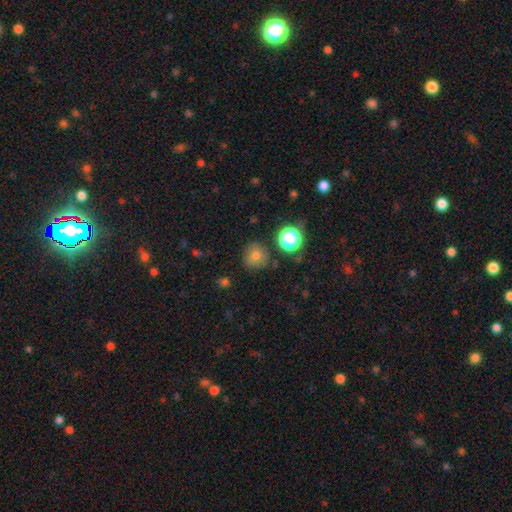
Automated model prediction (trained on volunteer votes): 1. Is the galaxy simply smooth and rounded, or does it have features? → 73% smooth, 17% star or artifact, 9% featured or disk.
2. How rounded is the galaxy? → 89% round, 10% in between, 1% cigar-shaped.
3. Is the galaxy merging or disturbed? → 81% none, 12% minor disturbance, 4% major disturbance, 3% merger.